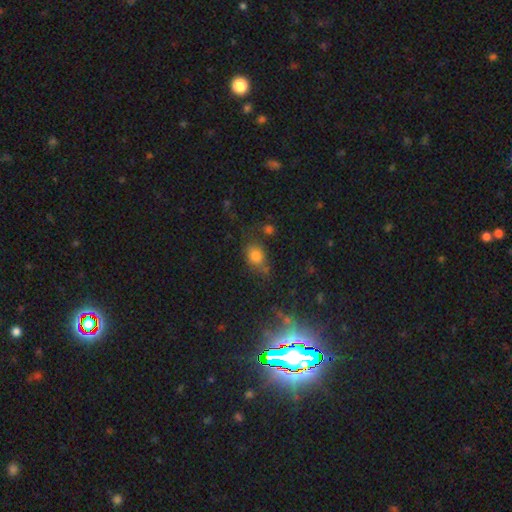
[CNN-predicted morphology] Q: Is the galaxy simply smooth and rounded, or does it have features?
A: smooth — 71%.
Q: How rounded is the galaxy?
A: in between — 56%.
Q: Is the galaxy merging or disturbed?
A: none — 56%.